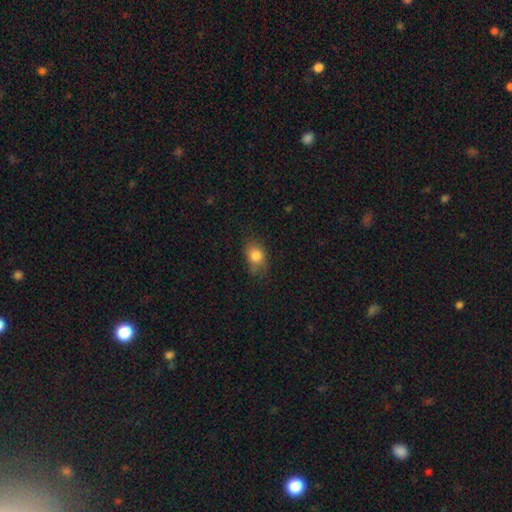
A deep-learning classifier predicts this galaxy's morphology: A smooth galaxy with no disk features (82%) that is in between round and cigar-shaped (61%). Merging: none (61%).